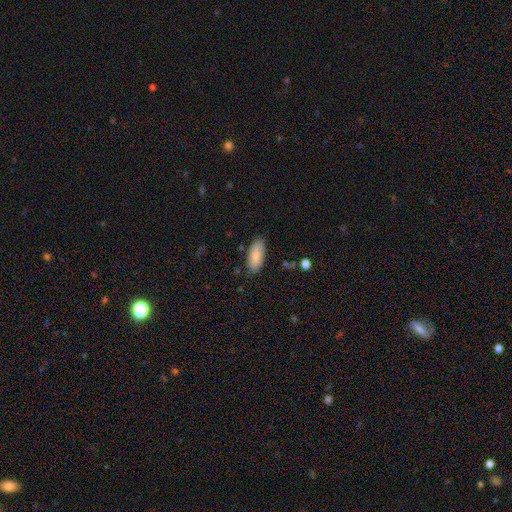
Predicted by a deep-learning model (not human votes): Smooth or featured?
  - smooth: 84% *
  - featured or disk: 10%
  - star or artifact: 6%
How rounded?
  - in between: 88% *
  - cigar-shaped: 10%
  - round: 2%
Merging?
  - none: 82% *
  - minor disturbance: 14%
  - major disturbance: 3%
  - merger: 2%